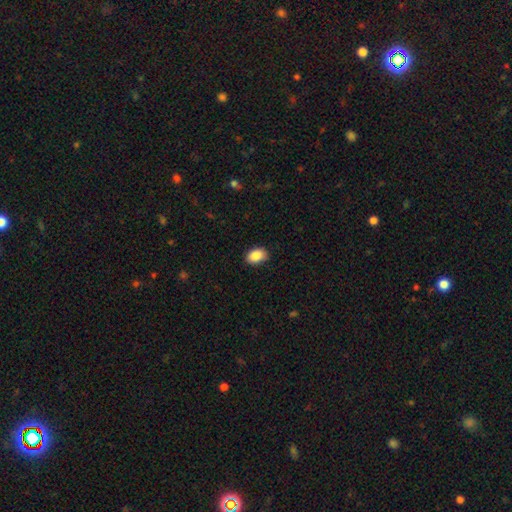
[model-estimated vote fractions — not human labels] Overall: smooth (88%). How rounded: in between (84%). Merging: none (84%).